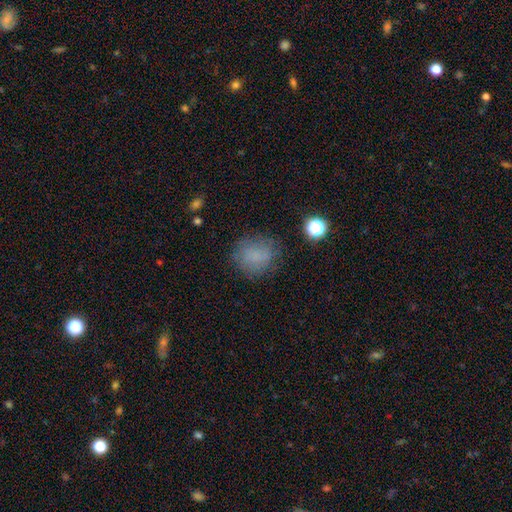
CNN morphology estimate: This appears to be a smooth galaxy with no disk features (74%) that is round (77%). Merging: none (76%).